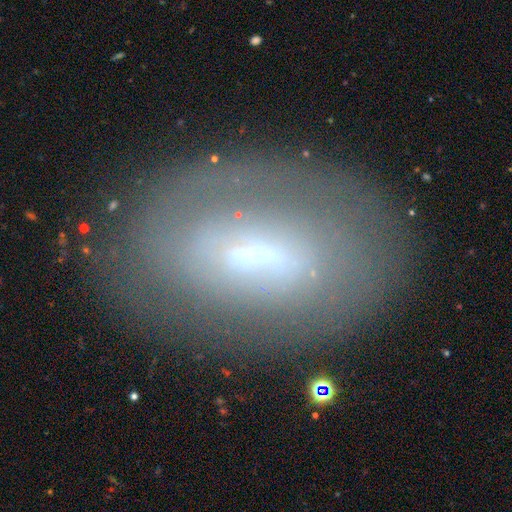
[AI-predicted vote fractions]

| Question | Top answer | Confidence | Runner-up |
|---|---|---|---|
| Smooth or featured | featured or disk | 58% | smooth (32%) |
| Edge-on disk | no | 88% | yes (12%) |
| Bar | weak | 44% | strong (34%) |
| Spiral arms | no | 60% | yes (40%) |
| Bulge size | small | 63% | moderate (25%) |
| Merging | none | 74% | minor disturbance (16%) |